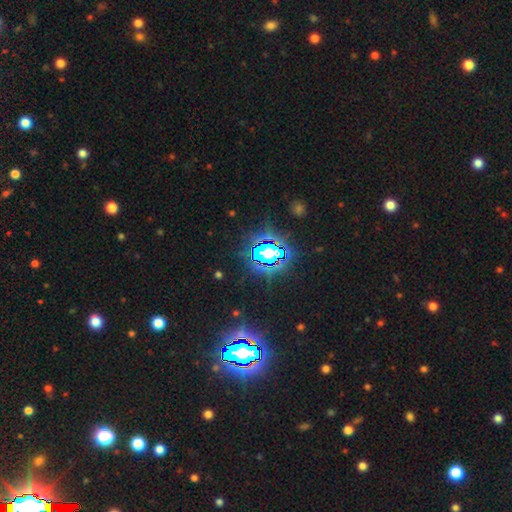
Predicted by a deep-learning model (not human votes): This appears to be a star or artifact, not a galaxy (82%).